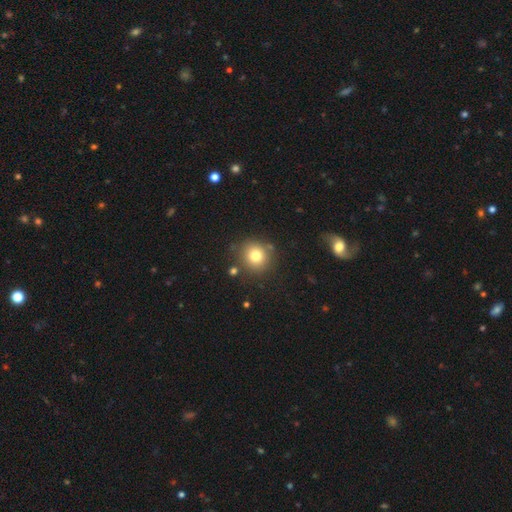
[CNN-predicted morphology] A smooth galaxy with no disk features (78%) that is round (89%).

Vote fractions:
- Smooth or featured? smooth: 78% / star or artifact: 13% / featured or disk: 10%
- How rounded? round: 89% / in between: 10% / cigar-shaped: 1%
- Merging? none: 81% / minor disturbance: 10% / merger: 5% / major disturbance: 4%